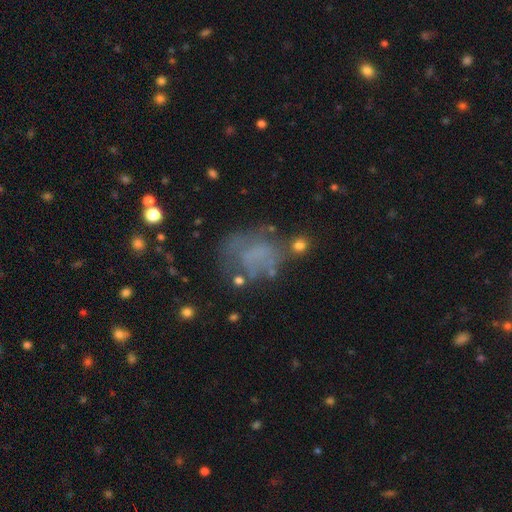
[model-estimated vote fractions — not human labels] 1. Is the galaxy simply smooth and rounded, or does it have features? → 41% featured or disk, 40% smooth, 19% star or artifact.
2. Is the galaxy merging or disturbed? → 44% none, 26% major disturbance, 23% minor disturbance, 7% merger.